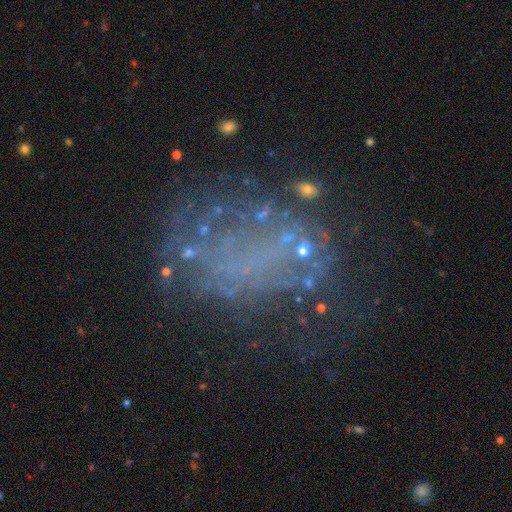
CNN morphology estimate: type=featured or disk (47%); merging=none (46%).